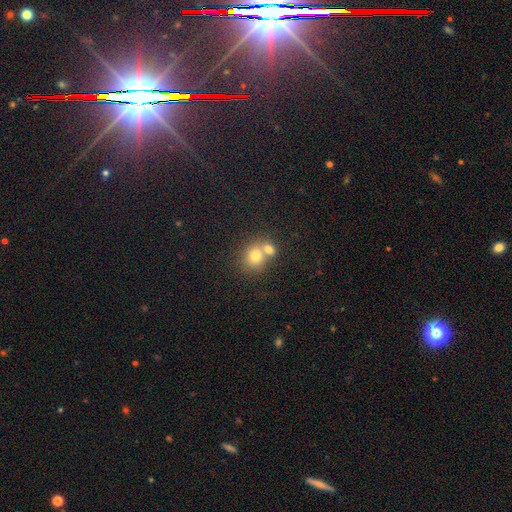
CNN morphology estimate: Smooth or featured?
  - smooth: 75% *
  - featured or disk: 14%
  - star or artifact: 11%
How rounded?
  - round: 76% *
  - in between: 23%
  - cigar-shaped: 1%
Merging?
  - merger: 55% *
  - none: 36%
  - minor disturbance: 7%
  - major disturbance: 3%